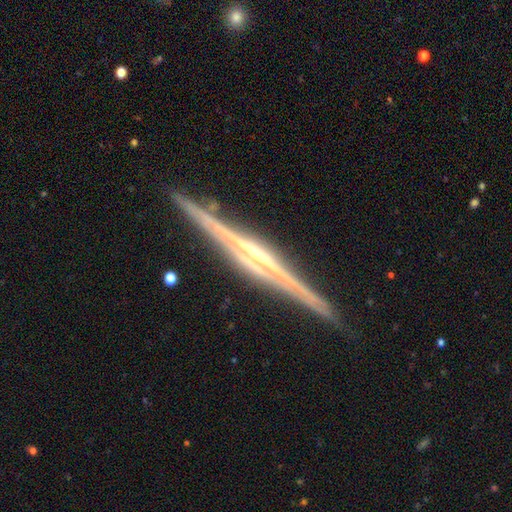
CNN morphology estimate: Smooth or featured: featured or disk — 89% (smooth — 6%)
Edge-on disk: yes — 98% (no — 2%)
Edge-on bulge: rounded — 61% (boxy — 20%)
Merging: none — 91% (minor disturbance — 7%)